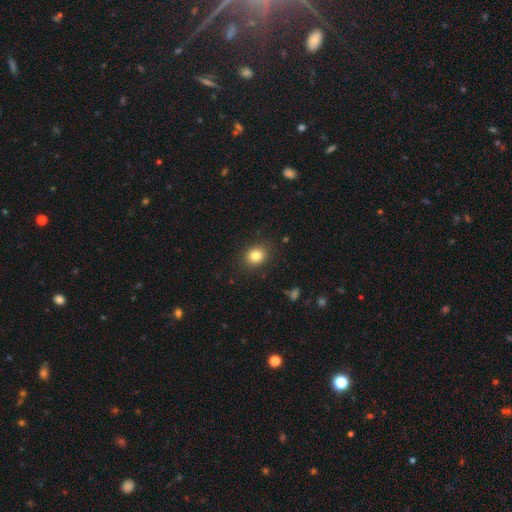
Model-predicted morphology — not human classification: smooth-or-featured: smooth: 83% | star or artifact: 11% | featured or disk: 7%
  how-rounded: round: 59% | in between: 40% | cigar-shaped: 1%
  merging: none: 87% | minor disturbance: 9% | major disturbance: 3% | merger: 1%